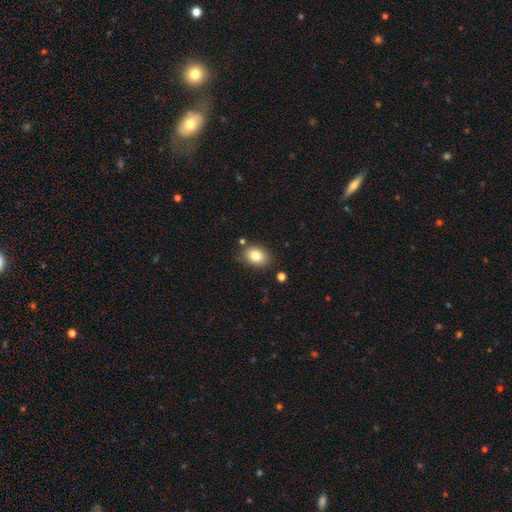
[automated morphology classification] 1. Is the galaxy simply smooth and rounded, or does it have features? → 82% smooth, 9% featured or disk, 9% star or artifact.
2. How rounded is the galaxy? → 68% in between, 31% round, 1% cigar-shaped.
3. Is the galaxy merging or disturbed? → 81% none, 12% minor disturbance, 4% merger, 3% major disturbance.